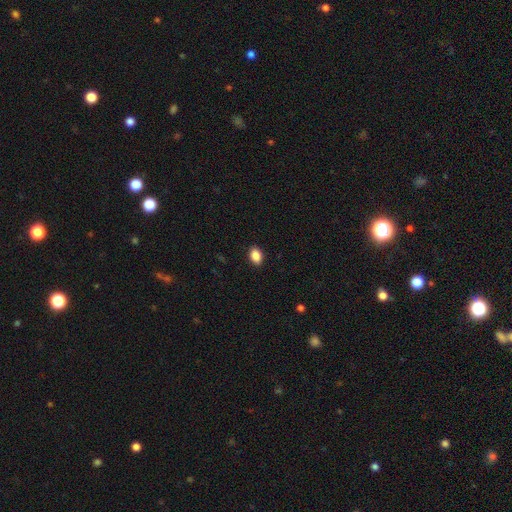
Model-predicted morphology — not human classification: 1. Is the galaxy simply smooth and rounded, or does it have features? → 89% smooth, 8% star or artifact, 3% featured or disk.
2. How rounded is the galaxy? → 85% in between, 14% round, 1% cigar-shaped.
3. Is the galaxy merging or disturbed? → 89% none, 8% minor disturbance, 2% major disturbance, 1% merger.